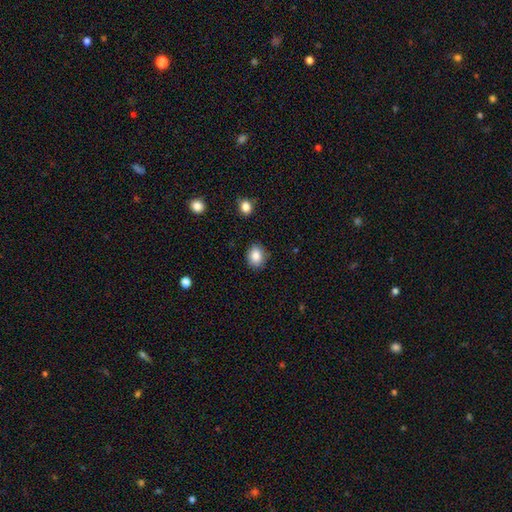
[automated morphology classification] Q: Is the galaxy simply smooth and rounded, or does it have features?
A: smooth — 86%.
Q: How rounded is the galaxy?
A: round — 52%.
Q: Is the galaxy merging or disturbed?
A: none — 85%.